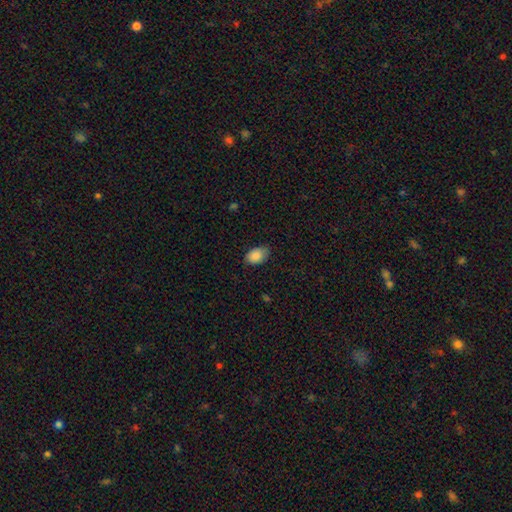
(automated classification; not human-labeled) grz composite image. It shows a smooth galaxy with no disk features (88%) that is in between round and cigar-shaped (87%). Merging: none (77%).